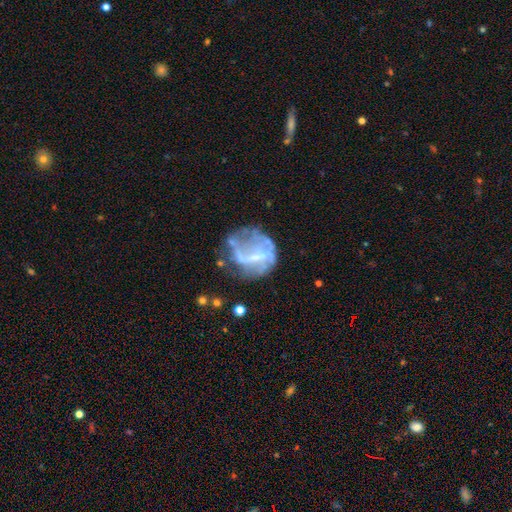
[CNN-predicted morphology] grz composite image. It shows a featured or disk galaxy (66%) with a weak bar (38%), no spiral arms (63%) and no central bulge (43%). Merging: none (38%).